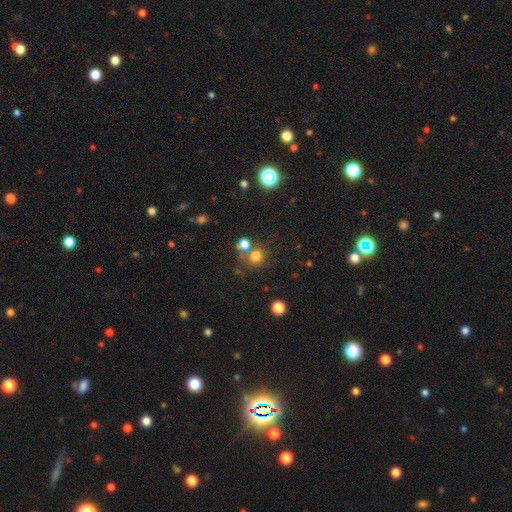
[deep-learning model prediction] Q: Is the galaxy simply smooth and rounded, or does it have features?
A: smooth — 75%.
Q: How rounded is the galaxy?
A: round — 87%.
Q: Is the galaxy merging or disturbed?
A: none — 65%.